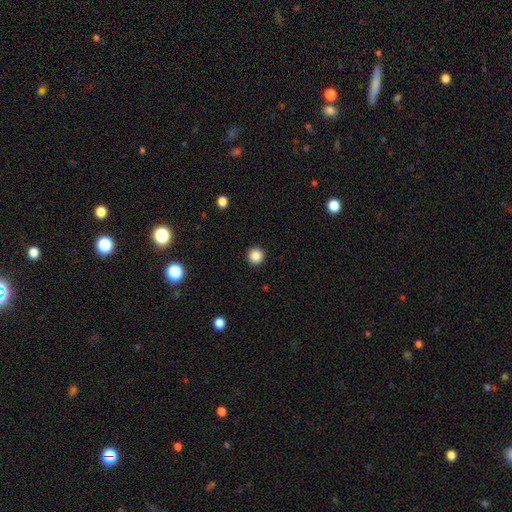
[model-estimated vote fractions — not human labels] Smooth or featured?
  - smooth: 86% *
  - star or artifact: 10%
  - featured or disk: 3%
How rounded?
  - round: 96% *
  - in between: 3%
  - cigar-shaped: 1%
Merging?
  - none: 93% *
  - minor disturbance: 4%
  - major disturbance: 2%
  - merger: 1%